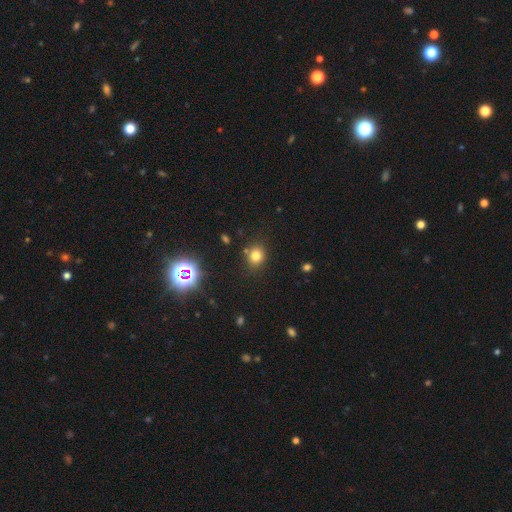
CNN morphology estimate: Smooth or featured? smooth (75%)
How rounded? round (72%)
Merging? none (80%)